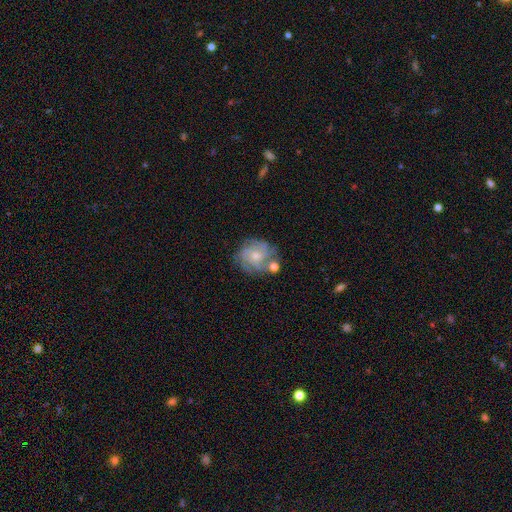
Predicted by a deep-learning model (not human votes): Overall: featured or disk (71%). Edge-on disk: no (98%). Bar: no (77%). Spiral arms: yes (88%). Spiral arm count: can't tell (32%; 4 24%). Spiral winding: tight (55%; medium 34%). Bulge size: small (47%; moderate 46%). Merging: none (62%).